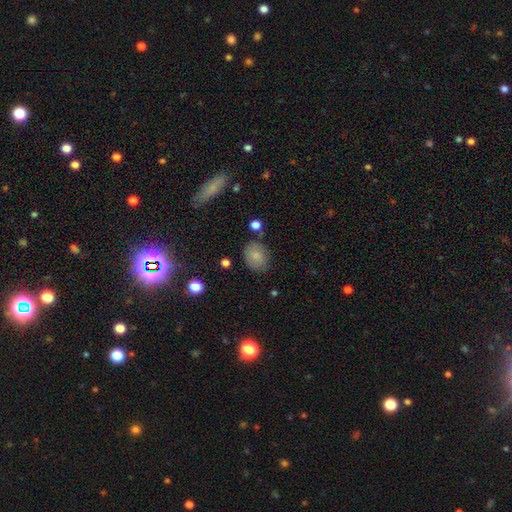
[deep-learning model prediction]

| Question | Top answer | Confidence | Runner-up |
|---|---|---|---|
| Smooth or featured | smooth | 82% | featured or disk (9%) |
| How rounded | in between | 52% | round (46%) |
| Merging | none | 77% | minor disturbance (16%) |